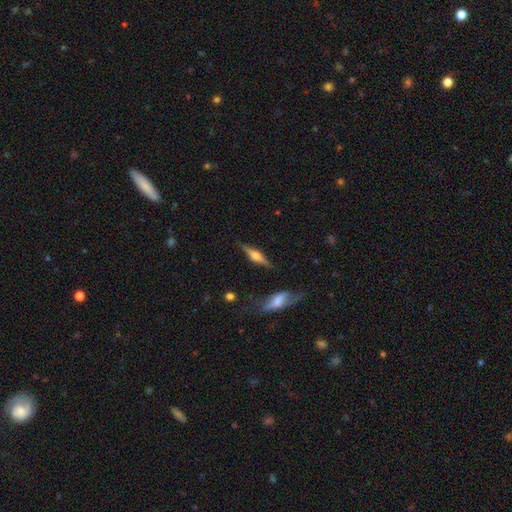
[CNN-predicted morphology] Q: Smooth or featured?
A: featured or disk (70%); runner-up: smooth (23%)
Q: Edge-on disk?
A: yes (96%); runner-up: no (4%)
Q: Edge-on bulge?
A: rounded (90%); runner-up: boxy (7%)
Q: Merging?
A: none (81%); runner-up: minor disturbance (12%)